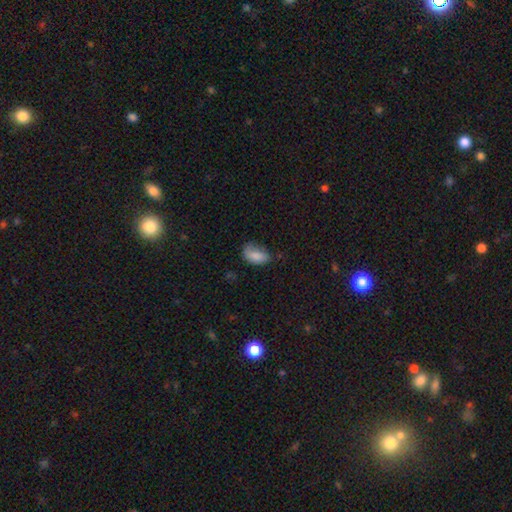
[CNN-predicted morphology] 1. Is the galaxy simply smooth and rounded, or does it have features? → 83% smooth, 9% featured or disk, 8% star or artifact.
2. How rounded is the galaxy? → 91% in between, 7% round, 2% cigar-shaped.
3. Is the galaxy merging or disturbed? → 48% none, 37% minor disturbance, 13% major disturbance, 2% merger.